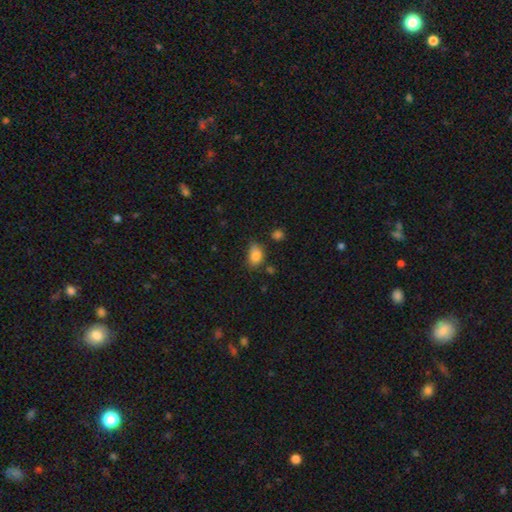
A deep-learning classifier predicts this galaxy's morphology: A smooth galaxy with no disk features (84%) that is in between round and cigar-shaped (81%). Merging: none (59%).